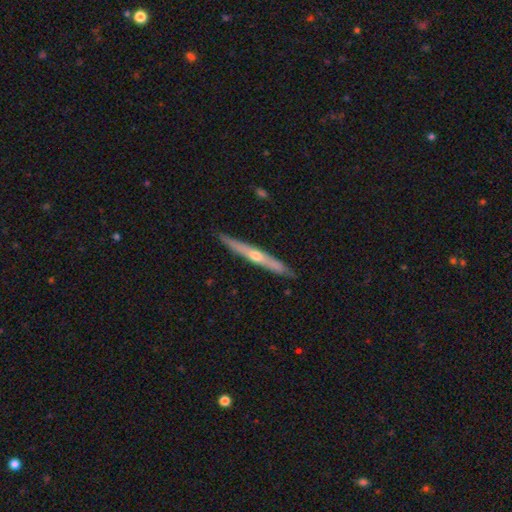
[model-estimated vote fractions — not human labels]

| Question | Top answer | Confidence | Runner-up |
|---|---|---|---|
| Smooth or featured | featured or disk | 70% | smooth (25%) |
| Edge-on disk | yes | 96% | no (4%) |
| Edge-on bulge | rounded | 78% | none (19%) |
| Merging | none | 90% | minor disturbance (8%) |